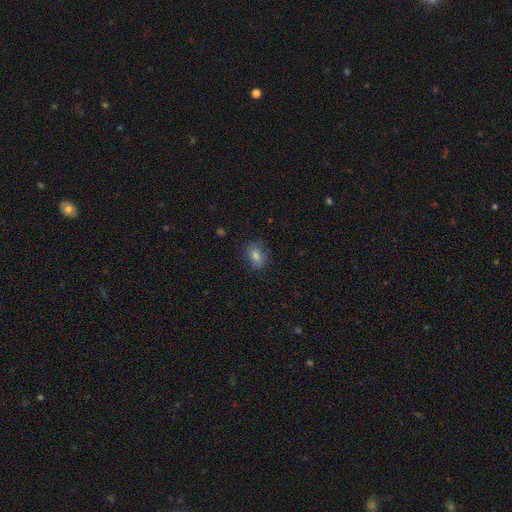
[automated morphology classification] The model was most divided on "how rounded": in between: 63%, round: 36%, cigar-shaped: 2%. More confident: merging — none (83%); smooth or featured — smooth (78%).